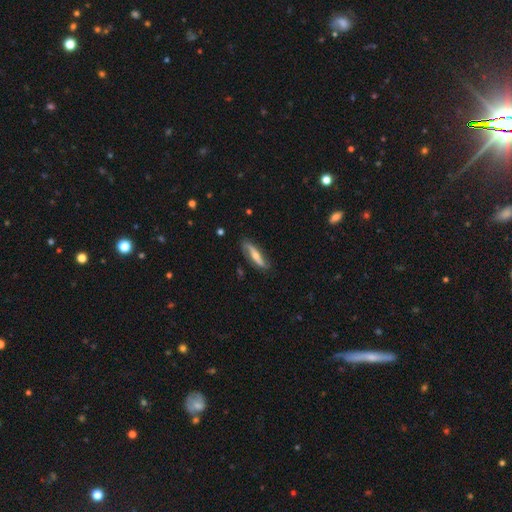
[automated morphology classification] A featured or disk galaxy (69%). Merging: none (78%).